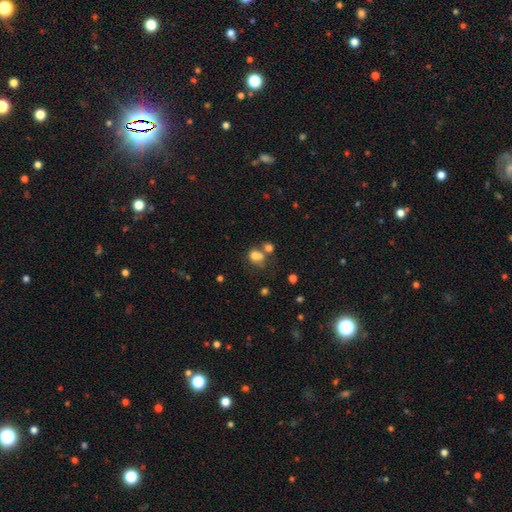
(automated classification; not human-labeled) Morphology: type=smooth (75%); roundness=round (59%); merging=merger (42%).